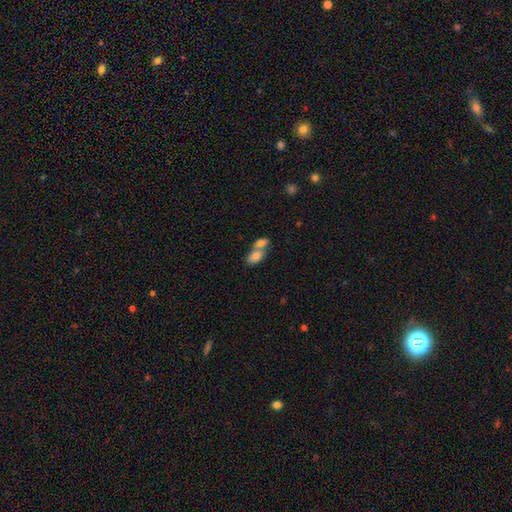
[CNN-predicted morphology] Smooth or featured? Predicted: smooth (p=0.81). How rounded? Predicted: in between (p=0.88). Merging? Predicted: merger (p=0.65).